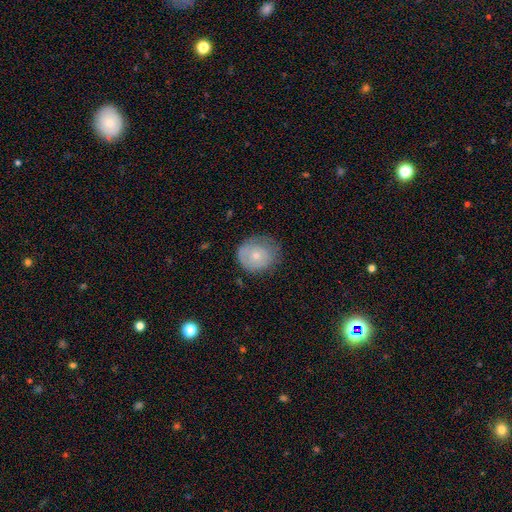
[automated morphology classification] This appears to be a smooth galaxy with no disk features (67%) that is round (72%). Merging: none (64%).